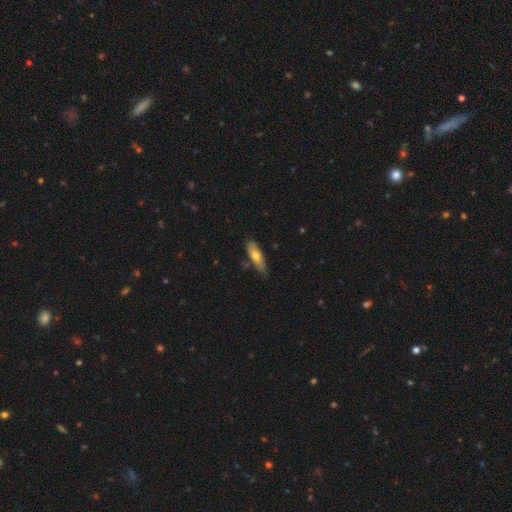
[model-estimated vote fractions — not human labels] Smooth or featured? Predicted: smooth (p=0.62). How rounded? Predicted: cigar-shaped (p=0.52). Merging? Predicted: none (p=0.70).